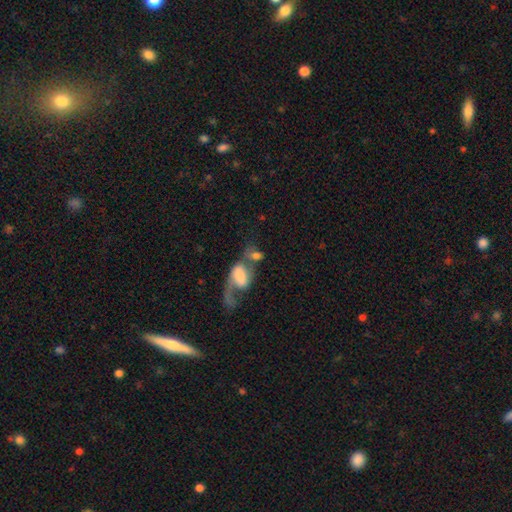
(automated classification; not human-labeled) smooth 54%, featured or disk 37%, star or artifact 9%. Down the decision tree: how rounded — in between (80%); merging — merger (56%).